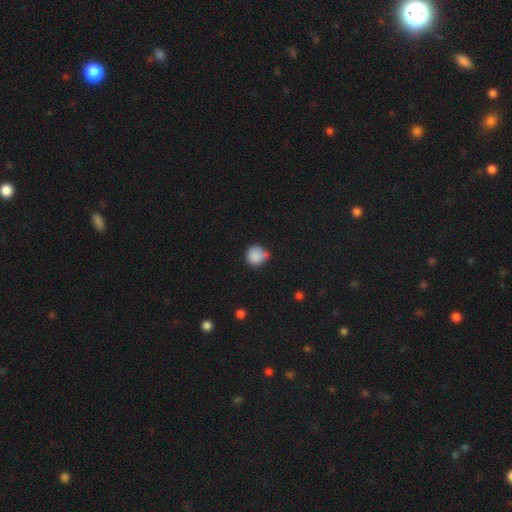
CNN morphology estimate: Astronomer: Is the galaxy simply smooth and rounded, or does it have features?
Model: smooth — 85%.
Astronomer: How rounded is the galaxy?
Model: round — 86%.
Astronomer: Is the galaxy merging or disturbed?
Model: none — 55% (runner-up: minor disturbance, 35%).